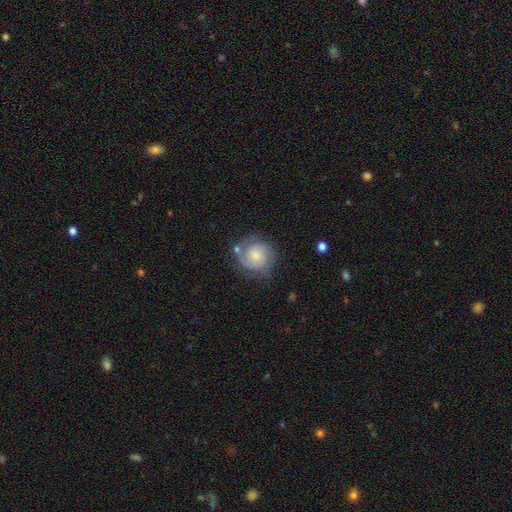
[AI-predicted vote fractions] A featured or disk galaxy (67%) with no bar (71%), 2 (61%) tight (51%) spiral arms (93%) and a small central bulge (46%).

Vote fractions:
- Smooth or featured? featured or disk: 67% / smooth: 26% / star or artifact: 7%
- Edge-on disk? no: 98% / yes: 2%
- Bar? no: 71% / weak: 26% / strong: 4%
- Spiral arms? yes: 93% / no: 7%
- Spiral winding? tight: 51% / medium: 38% / loose: 11%
- Spiral arm count? 2: 61% / can't tell: 14% / 3: 13% / 1: 7% / 4: 3% / more than 4: 2%
- Bulge size? small: 46% / moderate: 31% / none: 12% / large: 9% / dominant: 2%
- Merging? none: 67% / minor disturbance: 18% / major disturbance: 9% / merger: 6%